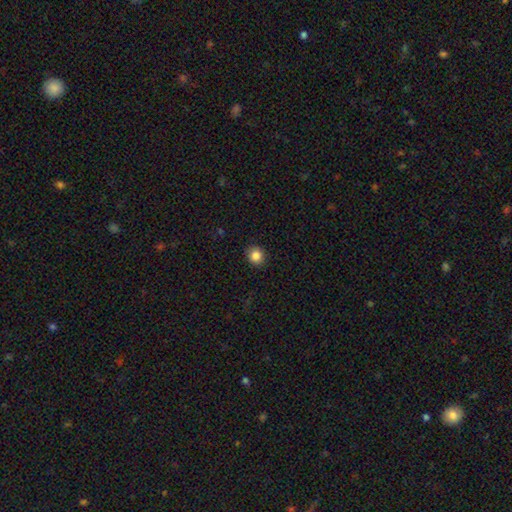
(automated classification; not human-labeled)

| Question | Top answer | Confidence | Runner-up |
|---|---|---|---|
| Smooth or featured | smooth | 85% | star or artifact (10%) |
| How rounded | round | 85% | in between (14%) |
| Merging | none | 91% | minor disturbance (6%) |